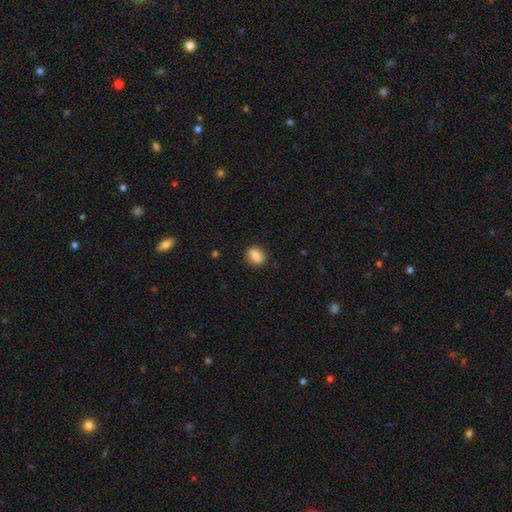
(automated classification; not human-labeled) smooth 83%, featured or disk 9%, star or artifact 8%. Down the decision tree: how rounded — in between (59%); merging — none (85%).